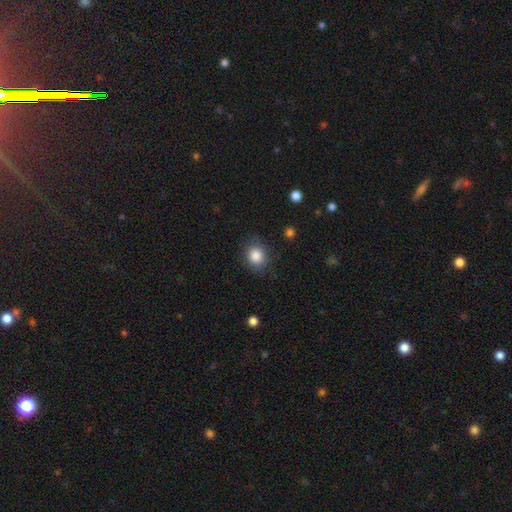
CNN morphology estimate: smooth_or_featured: smooth (p=0.85) [alt: star or artifact p=0.09]
how_rounded: round (p=0.69) [alt: in between p=0.30]
merging: none (p=0.81) [alt: minor disturbance p=0.13]